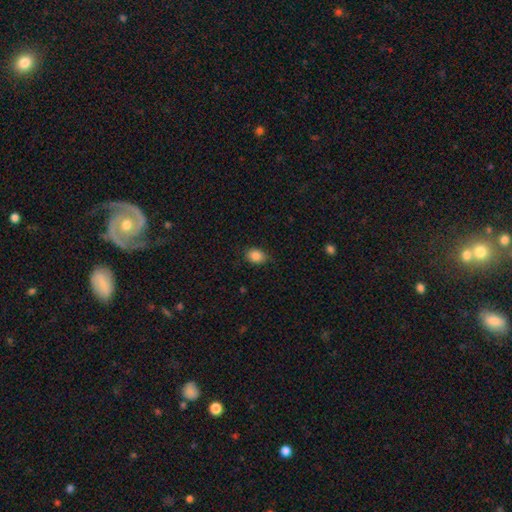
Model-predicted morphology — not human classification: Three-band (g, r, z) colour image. It shows a smooth galaxy with no disk features (86%) that is in between round and cigar-shaped (64%). Merging: none (83%).